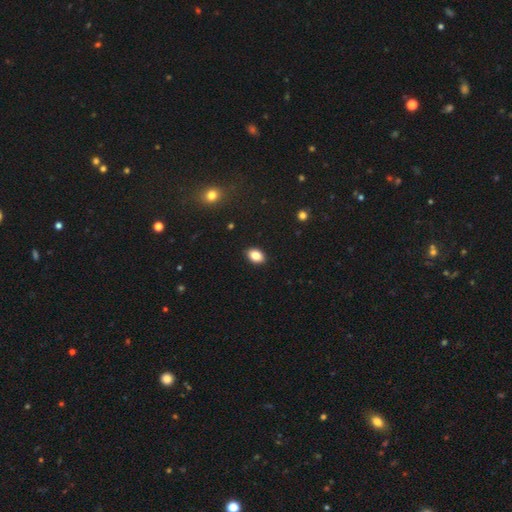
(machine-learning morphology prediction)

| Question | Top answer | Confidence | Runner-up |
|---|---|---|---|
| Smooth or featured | smooth | 85% | star or artifact (9%) |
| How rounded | in between | 83% | round (16%) |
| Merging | none | 90% | minor disturbance (7%) |